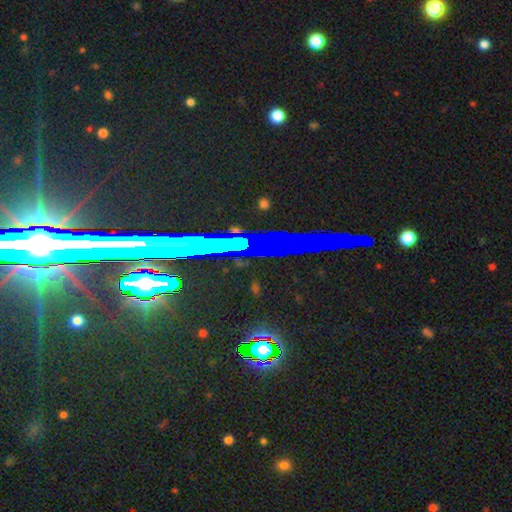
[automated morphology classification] type=star or artifact (71%).